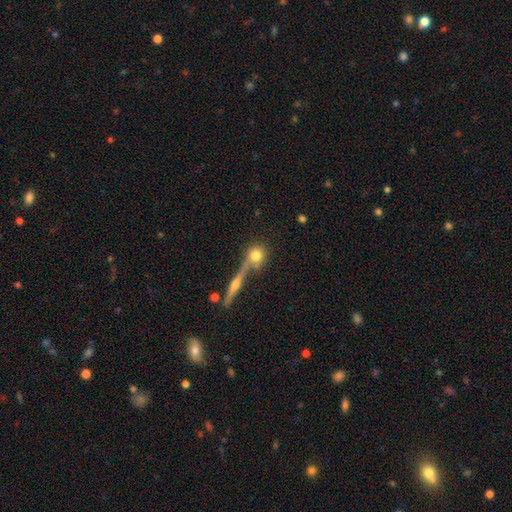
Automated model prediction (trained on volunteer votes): Q: Smooth or featured?
A: smooth (71%); runner-up: featured or disk (19%)
Q: How rounded?
A: round (84%); runner-up: in between (11%)
Q: Merging?
A: none (58%); runner-up: merger (28%)